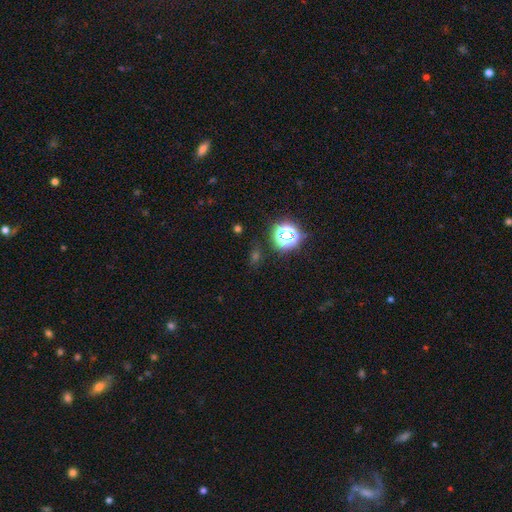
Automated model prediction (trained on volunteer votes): Smooth or featured?
  - star or artifact: 62% *
  - smooth: 29%
  - featured or disk: 9%